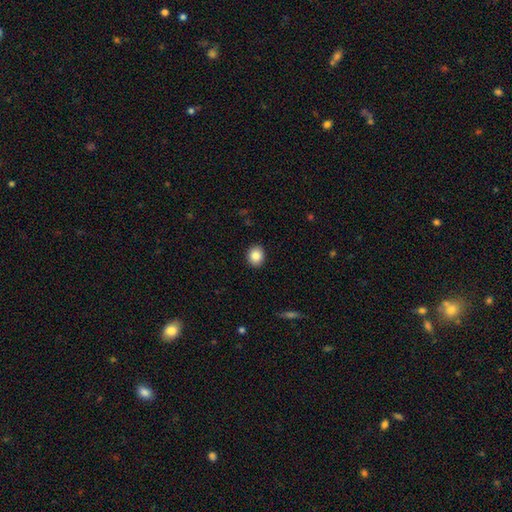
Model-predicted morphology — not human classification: smooth-or-featured: smooth: 86% | star or artifact: 9% | featured or disk: 5%
  how-rounded: round: 69% | in between: 30% | cigar-shaped: 1%
  merging: none: 91% | minor disturbance: 6% | major disturbance: 2% | merger: 1%